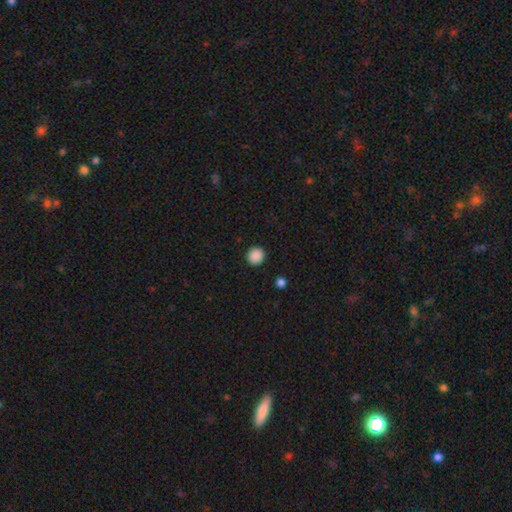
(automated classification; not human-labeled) Q: Smooth or featured?
A: smooth (89%); runner-up: star or artifact (9%)
Q: How rounded?
A: round (90%); runner-up: in between (9%)
Q: Merging?
A: none (92%); runner-up: minor disturbance (5%)